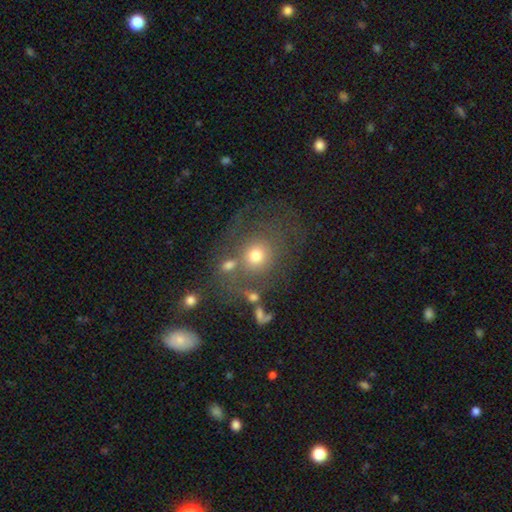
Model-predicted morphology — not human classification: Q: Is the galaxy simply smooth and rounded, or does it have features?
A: smooth — 61%.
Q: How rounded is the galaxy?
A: round — 77%.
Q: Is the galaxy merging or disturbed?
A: none — 52%.